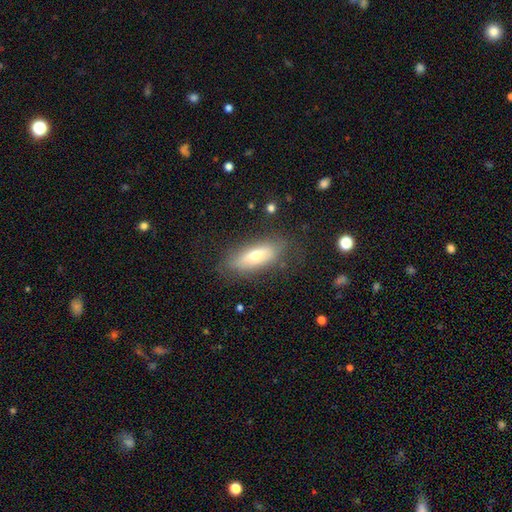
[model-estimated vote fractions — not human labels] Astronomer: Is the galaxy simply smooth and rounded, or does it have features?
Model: smooth — 60%.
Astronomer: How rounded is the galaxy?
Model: in between — 69%.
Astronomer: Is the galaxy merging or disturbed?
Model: none — 76%.